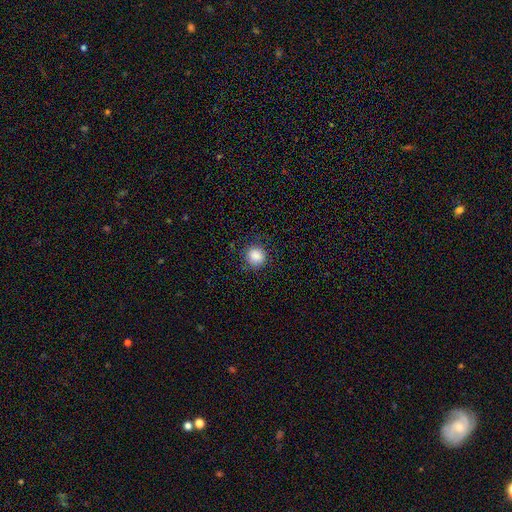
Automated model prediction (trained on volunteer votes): This appears to be a smooth galaxy with no disk features (86%) that is round (90%). Merging: none (85%).